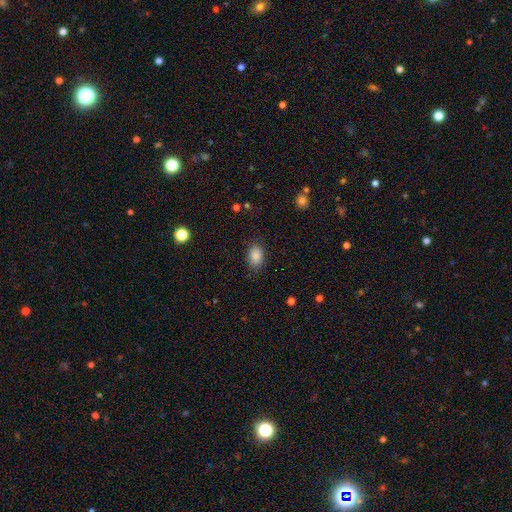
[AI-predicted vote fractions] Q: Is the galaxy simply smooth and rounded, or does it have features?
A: smooth — 88%.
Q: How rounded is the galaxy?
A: in between — 86%.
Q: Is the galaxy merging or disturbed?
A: none — 84%.